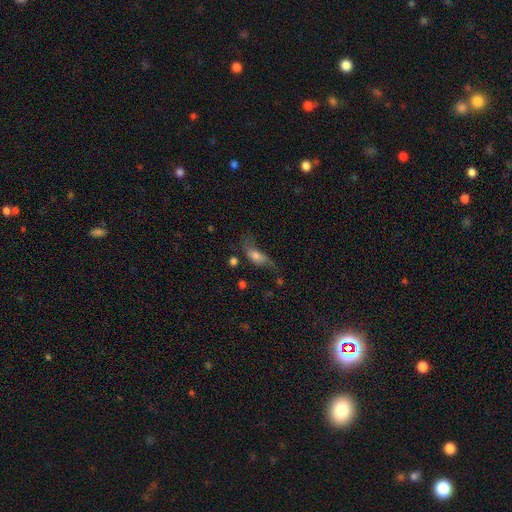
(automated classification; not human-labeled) A smooth galaxy with no disk features (47%). Merging: none (35%).